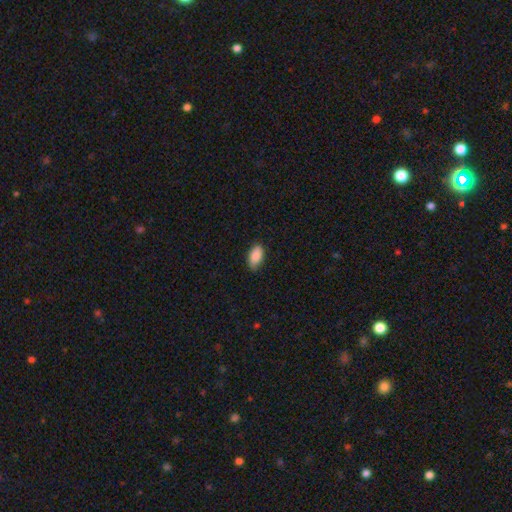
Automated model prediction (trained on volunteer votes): smooth_or_featured: smooth (p=0.88) [alt: star or artifact p=0.07]
how_rounded: in between (p=0.93) [alt: cigar-shaped p=0.04]
merging: none (p=0.77) [alt: minor disturbance p=0.20]